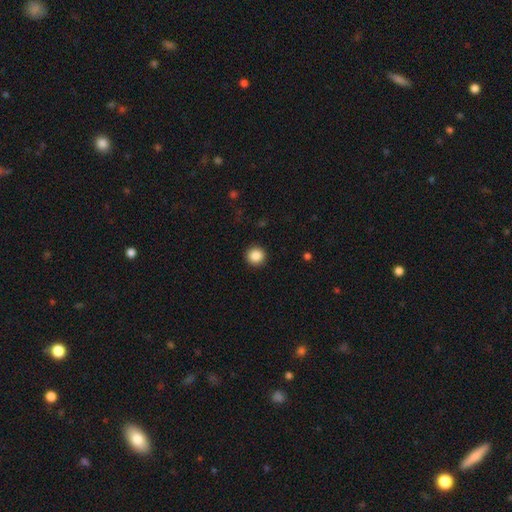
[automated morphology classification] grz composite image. It shows a smooth galaxy with no disk features (87%) that is round (94%). Merging: none (92%).